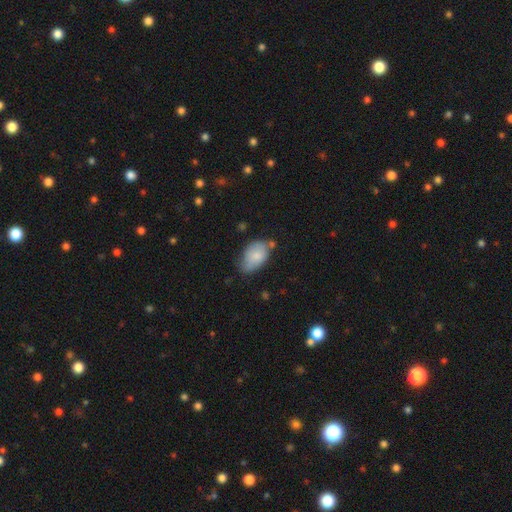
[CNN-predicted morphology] A smooth galaxy with no disk features (76%) that is in between round and cigar-shaped (90%). Merging: none (48%).